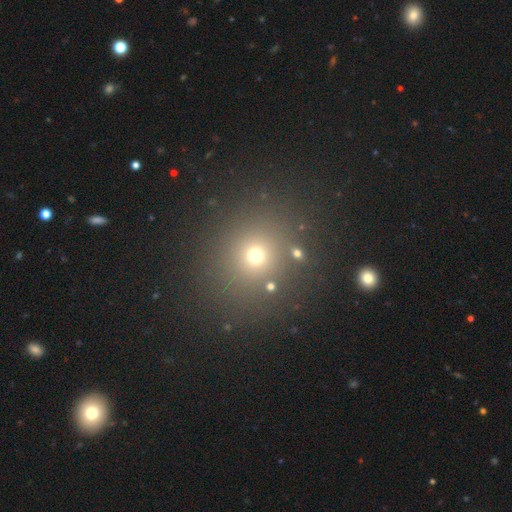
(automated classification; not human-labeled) This is likely a smooth galaxy (67%). How rounded: clearly round (86%). Merging: clearly none (83%).